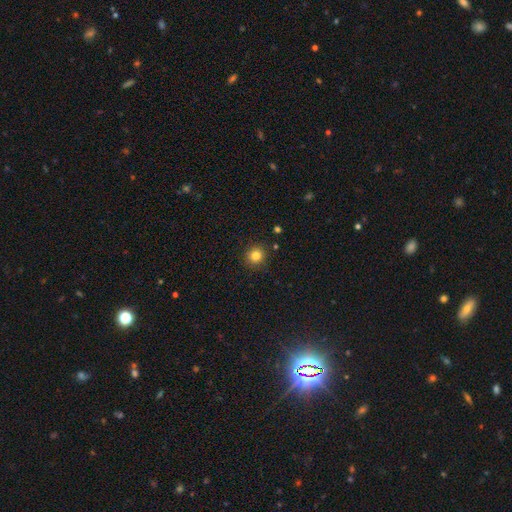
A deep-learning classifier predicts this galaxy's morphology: smooth_or_featured: smooth (p=0.82) [alt: star or artifact p=0.12]
how_rounded: round (p=0.91) [alt: in between p=0.08]
merging: none (p=0.90) [alt: minor disturbance p=0.07]